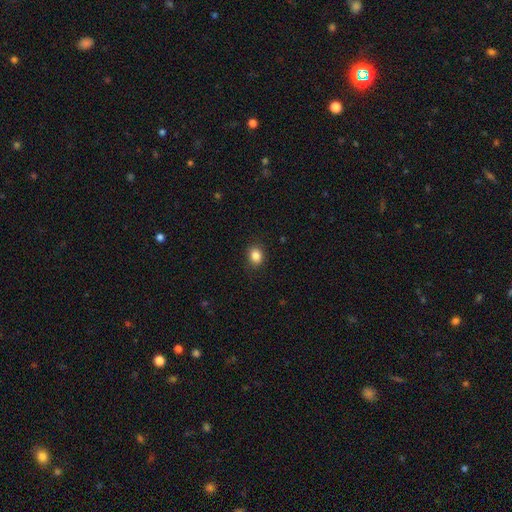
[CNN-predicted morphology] smooth_or_featured: smooth (p=0.85) [alt: star or artifact p=0.10]
how_rounded: round (p=0.56) [alt: in between p=0.43]
merging: none (p=0.86) [alt: minor disturbance p=0.10]